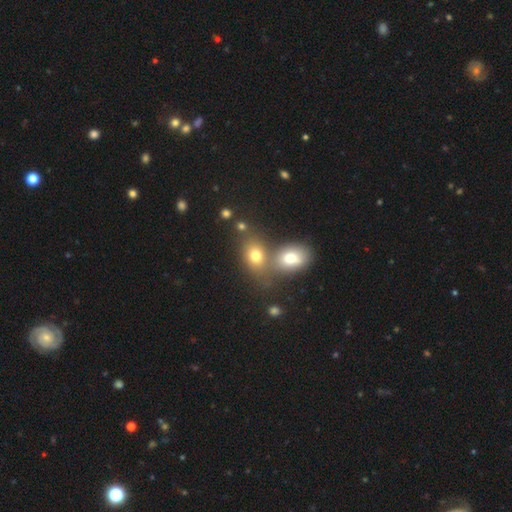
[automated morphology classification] A smooth galaxy with no disk features (74%) that is in between round and cigar-shaped (64%).

Vote fractions:
- Smooth or featured? smooth: 74% / star or artifact: 13% / featured or disk: 13%
- How rounded? in between: 64% / round: 35% / cigar-shaped: 2%
- Merging? merger: 46% / none: 41% / minor disturbance: 9% / major disturbance: 4%